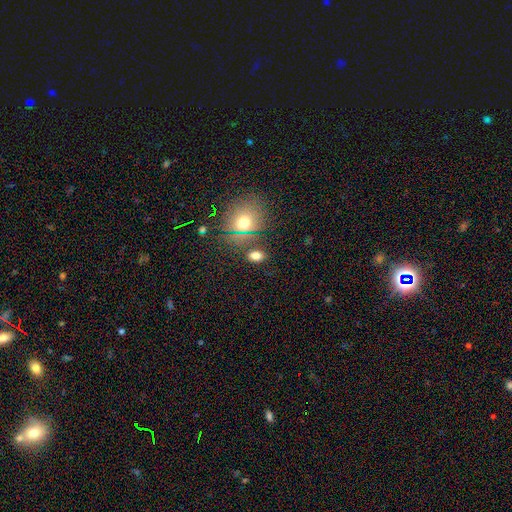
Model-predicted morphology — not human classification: smooth 73%, star or artifact 19%, featured or disk 8%. Down the decision tree: how rounded — in between (78%); merging — none (80%).